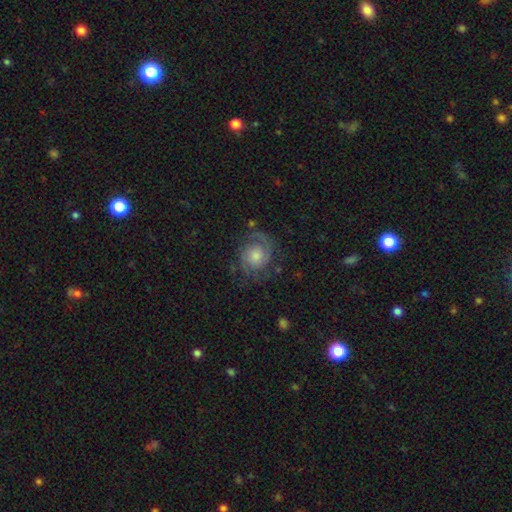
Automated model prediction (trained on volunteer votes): Smooth or featured?
  - featured or disk: 69% *
  - smooth: 22%
  - star or artifact: 9%
Edge-on disk?
  - no: 98% *
  - yes: 2%
Bar?
  - no: 78% *
  - weak: 19%
  - strong: 3%
Spiral arms?
  - yes: 92% *
  - no: 8%
Spiral winding?
  - tight: 43% *
  - medium: 40%
  - loose: 17%
Spiral arm count?
  - 2: 72% *
  - can't tell: 12%
  - 1: 7%
  - 3: 4%
  - 4: 2%
  - more than 4: 2%
Bulge size?
  - moderate: 49% *
  - small: 33%
  - large: 12%
  - none: 4%
  - dominant: 2%
Merging?
  - none: 70% *
  - minor disturbance: 17%
  - major disturbance: 11%
  - merger: 2%